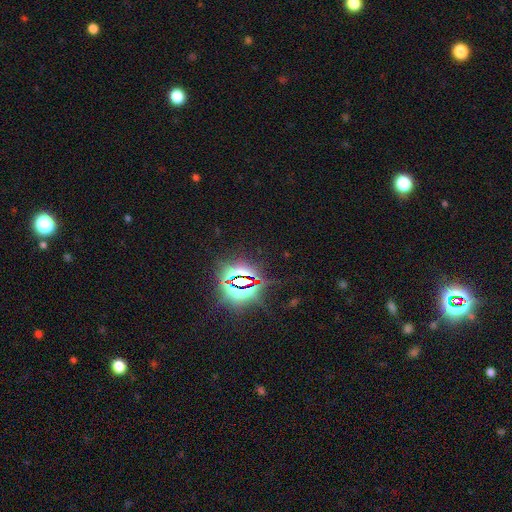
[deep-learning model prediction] Q: Smooth or featured?
A: star or artifact (84%); runner-up: smooth (10%)